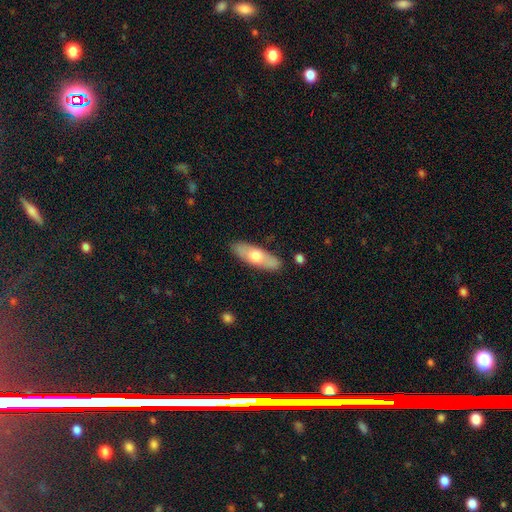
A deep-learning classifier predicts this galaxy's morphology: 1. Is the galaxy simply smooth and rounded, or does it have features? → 58% smooth, 37% featured or disk, 5% star or artifact.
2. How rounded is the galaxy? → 56% in between, 41% cigar-shaped, 2% round.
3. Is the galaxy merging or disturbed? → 87% none, 10% minor disturbance, 2% major disturbance, 2% merger.